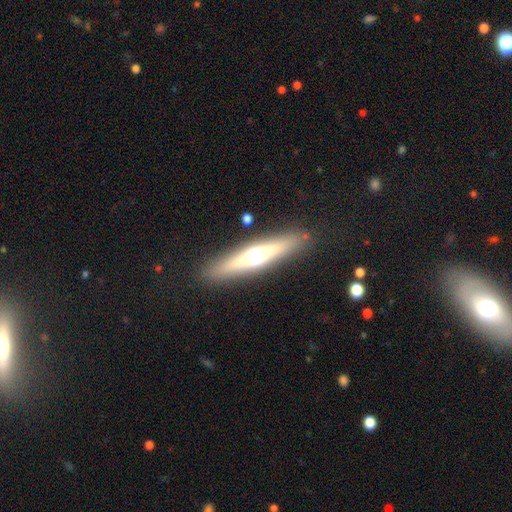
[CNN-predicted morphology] A featured or disk galaxy (53%) viewed edge-on (88%).

Vote fractions:
- Smooth or featured? featured or disk: 53% / smooth: 38% / star or artifact: 8%
- Edge-on disk? yes: 88% / no: 12%
- Merging? none: 87% / minor disturbance: 8% / major disturbance: 3% / merger: 2%